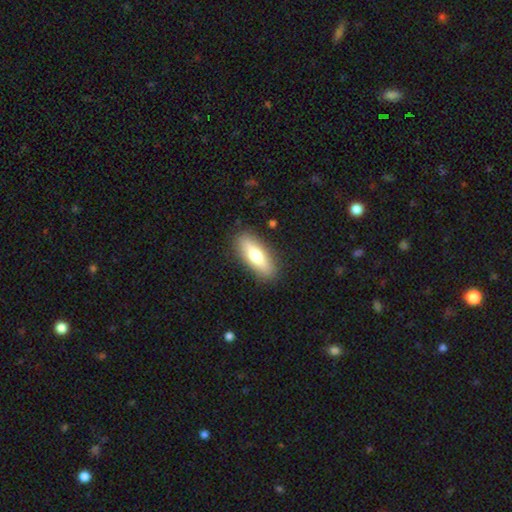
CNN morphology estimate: smooth 70%, featured or disk 23%, star or artifact 6%. Down the decision tree: how rounded — in between (65%); merging — none (88%).